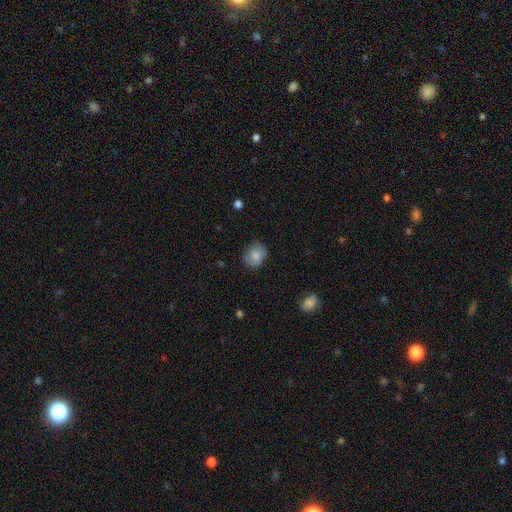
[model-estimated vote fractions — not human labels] Q: Smooth or featured?
A: smooth (80%); runner-up: featured or disk (11%)
Q: How rounded?
A: round (63%); runner-up: in between (36%)
Q: Merging?
A: none (75%); runner-up: minor disturbance (19%)